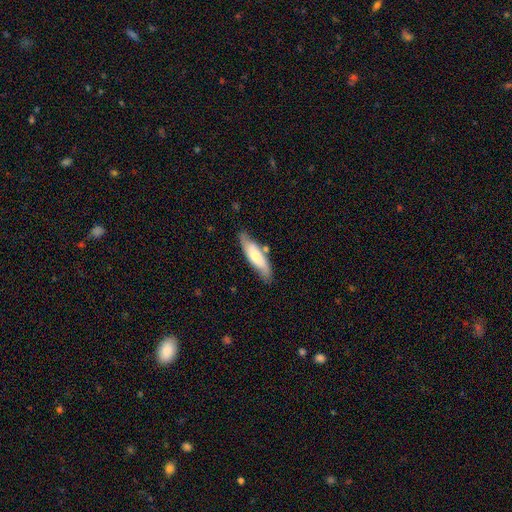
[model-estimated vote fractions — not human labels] Smooth or featured? Predicted: smooth (p=0.56). How rounded? Predicted: cigar-shaped (p=0.60). Merging? Predicted: none (p=0.73).